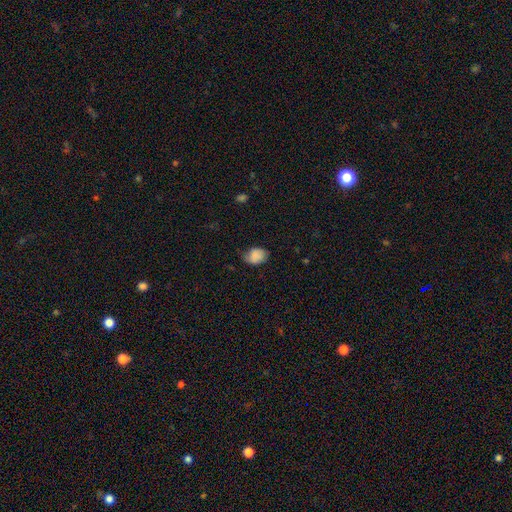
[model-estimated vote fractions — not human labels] smooth-or-featured: smooth: 84% | star or artifact: 8% | featured or disk: 8%
  how-rounded: in between: 66% | round: 33% | cigar-shaped: 1%
  merging: none: 57% | minor disturbance: 33% | major disturbance: 8% | merger: 1%